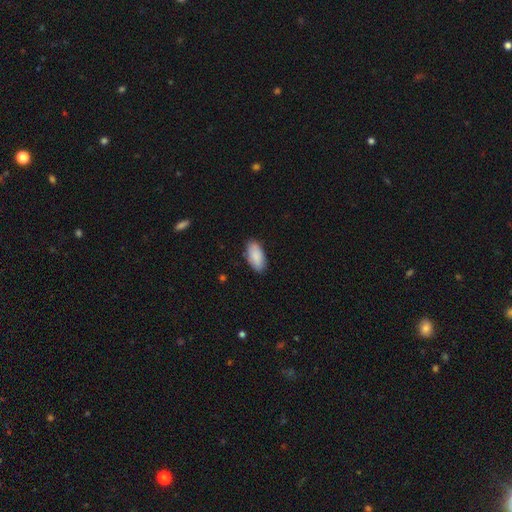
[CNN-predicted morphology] The model was most divided on "merging": none: 85%, minor disturbance: 12%, major disturbance: 2%, merger: 1%. More confident: how rounded — in between (93%); smooth or featured — smooth (88%).